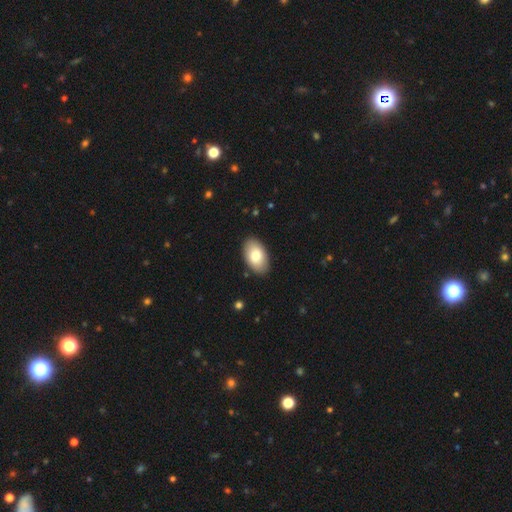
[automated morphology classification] This appears to be a smooth galaxy with no disk features (80%) that is in between round and cigar-shaped (95%). Merging: none (88%).